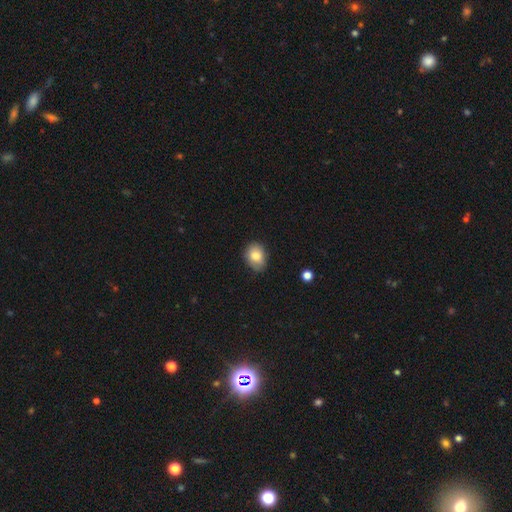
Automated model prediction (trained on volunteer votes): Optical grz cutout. It shows a smooth galaxy with no disk features (81%) that is in between round and cigar-shaped (60%). Merging: none (76%).